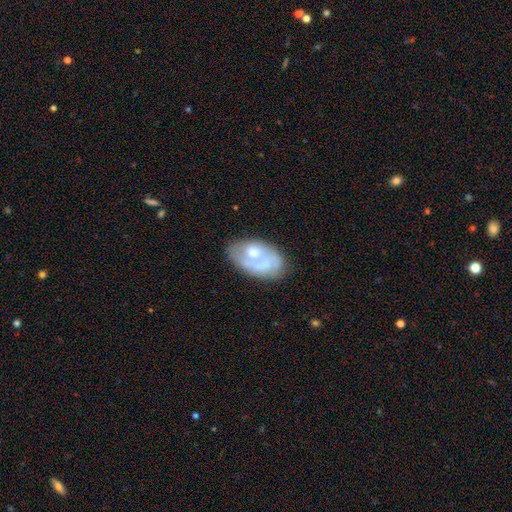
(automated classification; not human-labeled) A featured or disk galaxy (54%) with no bar (80%), no spiral arms (59%) and a moderate central bulge (51%).

Vote fractions:
- Smooth or featured? featured or disk: 54% / smooth: 39% / star or artifact: 7%
- Edge-on disk? no: 96% / yes: 4%
- Bar? no: 80% / weak: 17% / strong: 3%
- Spiral arms? no: 59% / yes: 41%
- Bulge size? moderate: 51% / small: 26% / none: 12% / large: 9% / dominant: 2%
- Merging? none: 47% / minor disturbance: 25% / major disturbance: 16% / merger: 13%